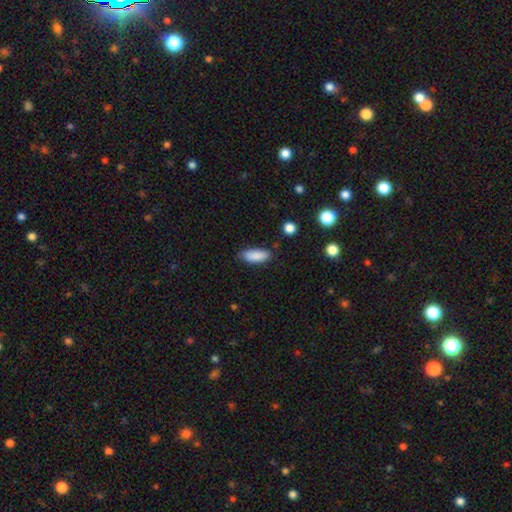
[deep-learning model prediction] smooth-or-featured: smooth: 88% | star or artifact: 7% | featured or disk: 5%
  how-rounded: in between: 74% | cigar-shaped: 24% | round: 2%
  merging: none: 79% | minor disturbance: 17% | major disturbance: 3% | merger: 2%